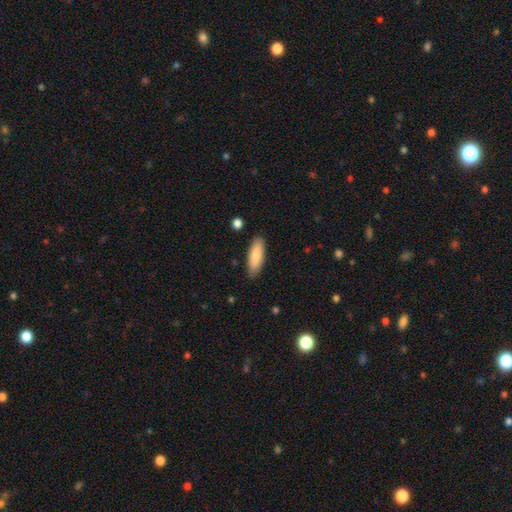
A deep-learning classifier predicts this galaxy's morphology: Smooth or featured? smooth (83%)
How rounded? in between (59%)
Merging? none (86%)